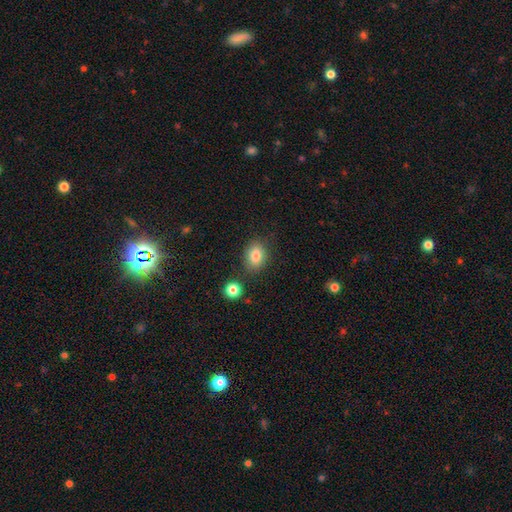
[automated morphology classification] Smooth or featured?
  - smooth: 83% *
  - star or artifact: 9%
  - featured or disk: 8%
How rounded?
  - in between: 69% *
  - round: 30%
  - cigar-shaped: 1%
Merging?
  - none: 79% *
  - minor disturbance: 12%
  - merger: 5%
  - major disturbance: 3%